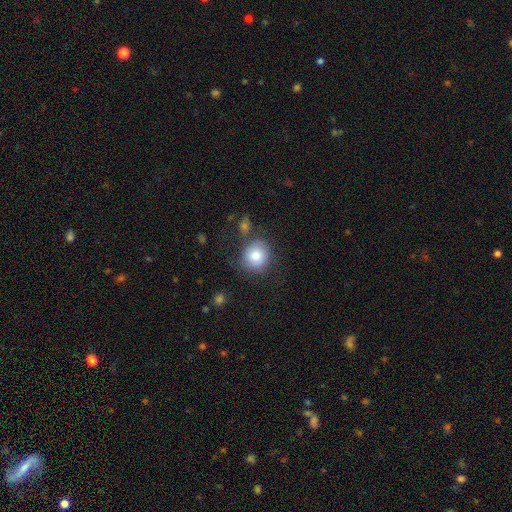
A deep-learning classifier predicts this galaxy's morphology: type=smooth (78%); roundness=round (82%); merging=none (72%).